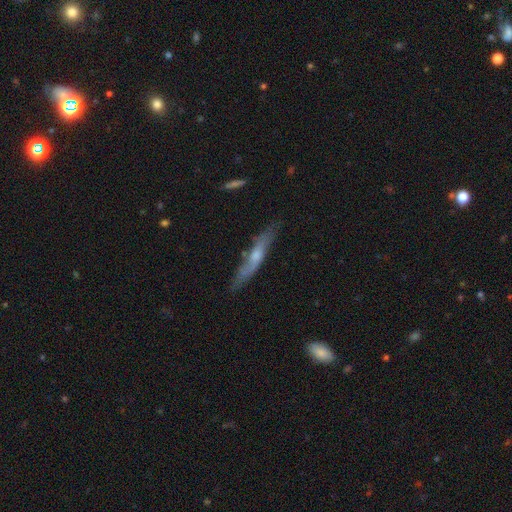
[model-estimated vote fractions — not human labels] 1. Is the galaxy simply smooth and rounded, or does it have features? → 58% featured or disk, 35% smooth, 7% star or artifact.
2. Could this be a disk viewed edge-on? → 81% yes, 19% no.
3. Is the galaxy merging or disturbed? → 75% none, 18% minor disturbance, 4% major disturbance, 3% merger.